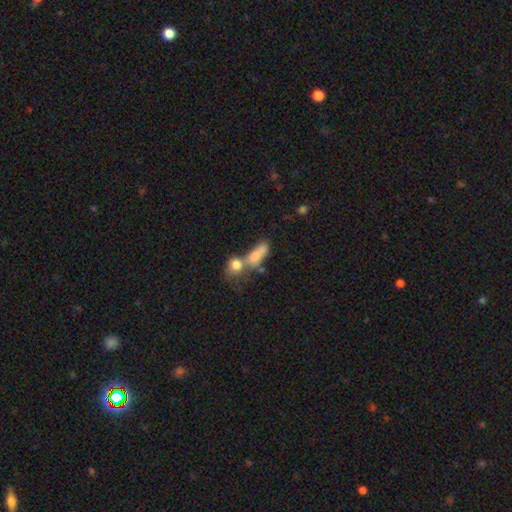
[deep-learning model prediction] The model was most divided on "merging": merger: 52%, none: 28%, minor disturbance: 11%, major disturbance: 10%. More confident: smooth or featured — smooth (71%); how rounded — in between (55%).